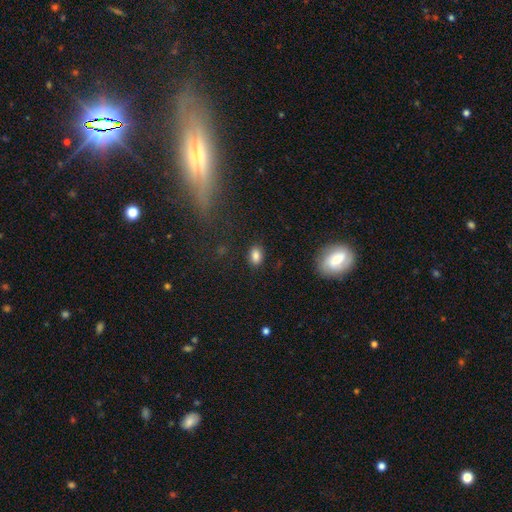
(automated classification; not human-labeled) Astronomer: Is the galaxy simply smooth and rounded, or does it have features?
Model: smooth — 83%.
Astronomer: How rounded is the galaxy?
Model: in between — 81%.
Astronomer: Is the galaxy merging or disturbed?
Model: none — 85%.